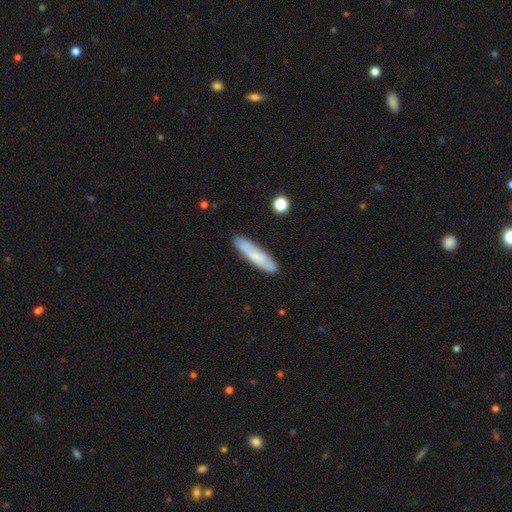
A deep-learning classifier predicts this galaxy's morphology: The model was most divided on "smooth or featured": smooth: 66%, featured or disk: 28%, star or artifact: 7%. More confident: merging — none (83%); how rounded — cigar-shaped (78%).